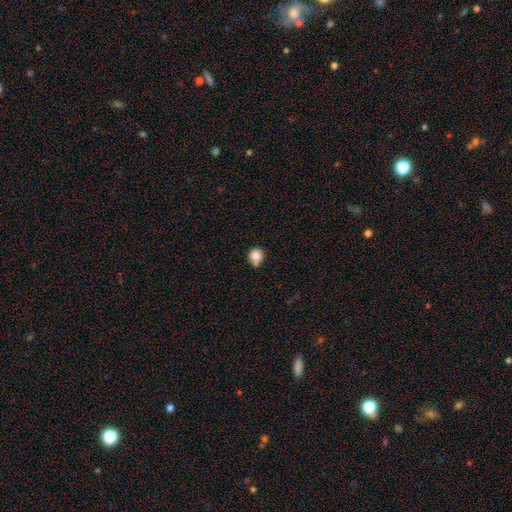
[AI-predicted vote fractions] A smooth galaxy with no disk features (82%) that is round (84%).

Vote fractions:
- Smooth or featured? smooth: 82% / star or artifact: 10% / featured or disk: 8%
- How rounded? round: 84% / in between: 15% / cigar-shaped: 1%
- Merging? none: 57% / minor disturbance: 23% / merger: 15% / major disturbance: 5%